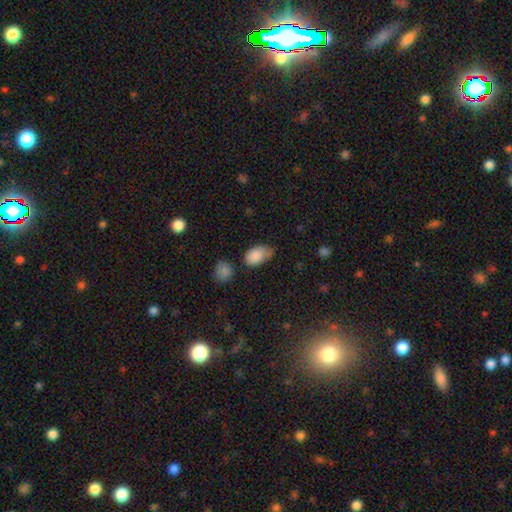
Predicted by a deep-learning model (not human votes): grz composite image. It shows a smooth galaxy with no disk features (86%) that is in between round and cigar-shaped (90%). Merging: none (51%).